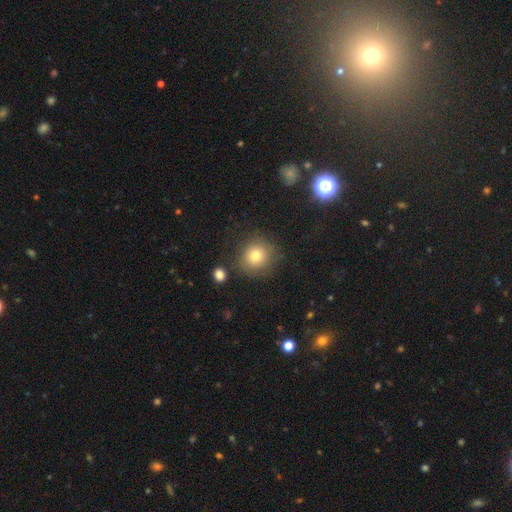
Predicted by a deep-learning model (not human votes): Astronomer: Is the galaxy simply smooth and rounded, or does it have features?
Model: smooth — 77%.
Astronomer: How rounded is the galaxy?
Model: round — 91%.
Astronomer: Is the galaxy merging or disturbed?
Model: none — 79%.